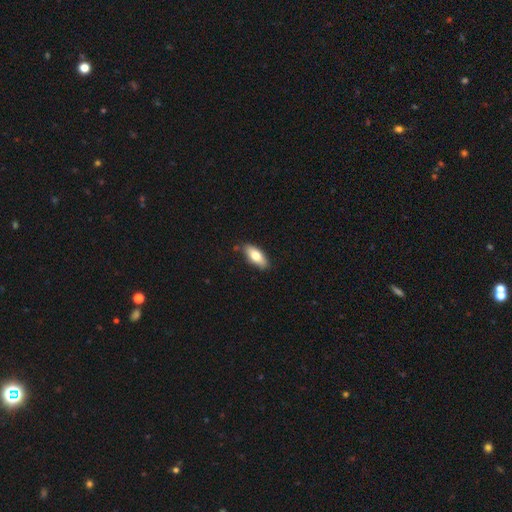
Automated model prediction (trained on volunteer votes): Smooth or featured? smooth (75%)
How rounded? in between (81%)
Merging? none (81%)